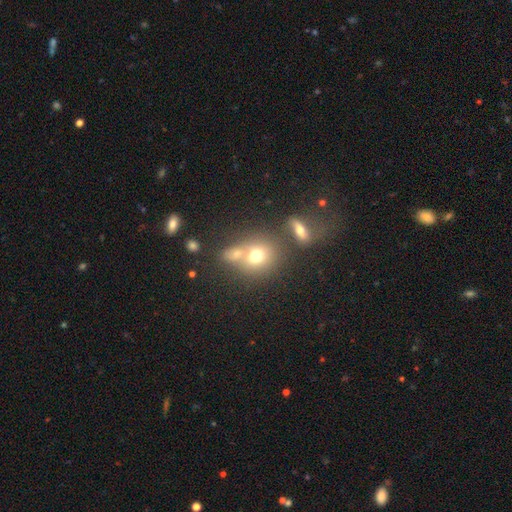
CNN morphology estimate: Smooth or featured: smooth — 70% (featured or disk — 16%)
How rounded: round — 75% (in between — 24%)
Merging: none — 46% (merger — 39%)